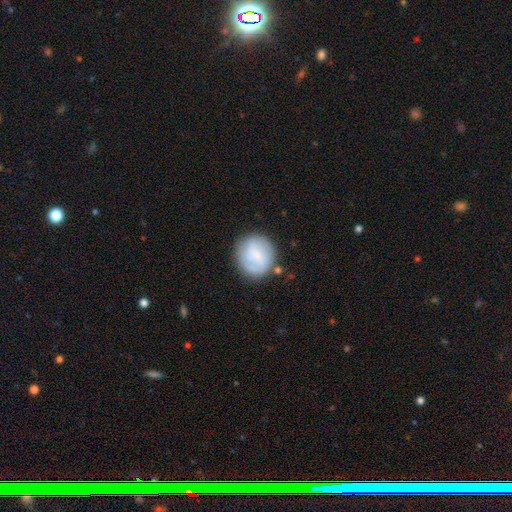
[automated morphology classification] This appears to be a smooth galaxy with no disk features (63%) that is round (89%). Merging: none (76%).